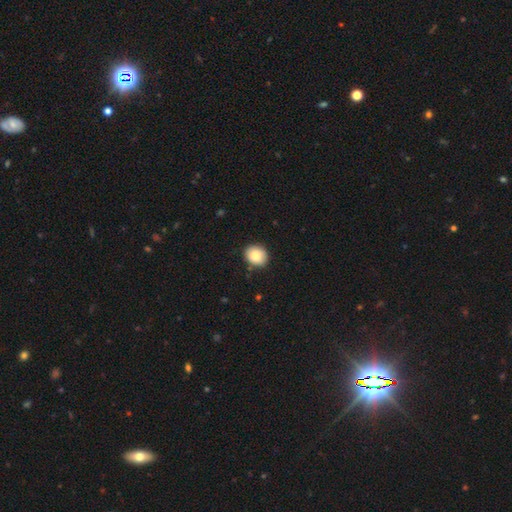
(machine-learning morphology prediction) type=smooth (85%); roundness=round (65%); merging=none (86%).